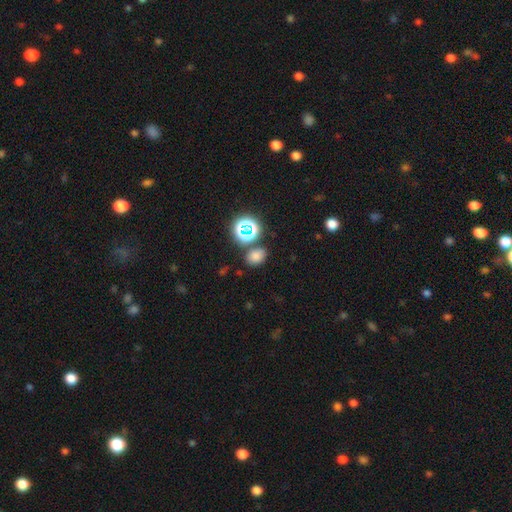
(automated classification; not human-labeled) A smooth galaxy with no disk features (70%) that is in between round and cigar-shaped (58%). Merging: none (76%).